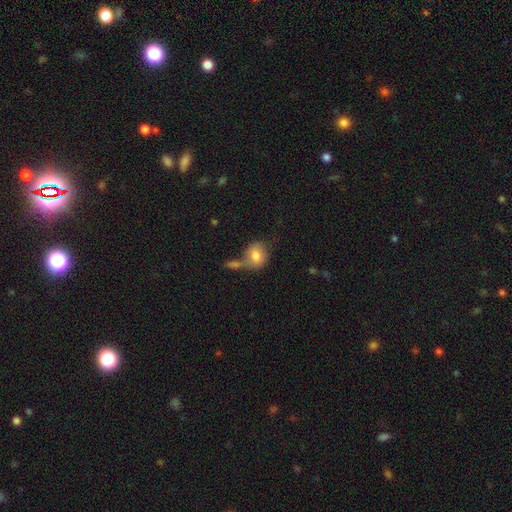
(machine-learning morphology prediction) smooth 76%, featured or disk 16%, star or artifact 8%. Down the decision tree: how rounded — round (52%); merging — merger (38%).